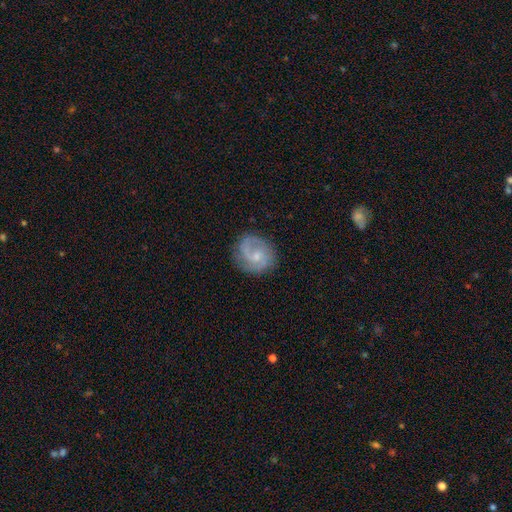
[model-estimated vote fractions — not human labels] This is likely a featured or disk galaxy (78%). It is clearly not viewed edge-on (98%). Bar: possibly no (54%). Spiral arm pattern: clearly yes (95%). Spiral arm count: likely 2 (76%). Spiral winding: possibly medium (49%). Central bulge: likely small (61%). Merging: likely none (77%).